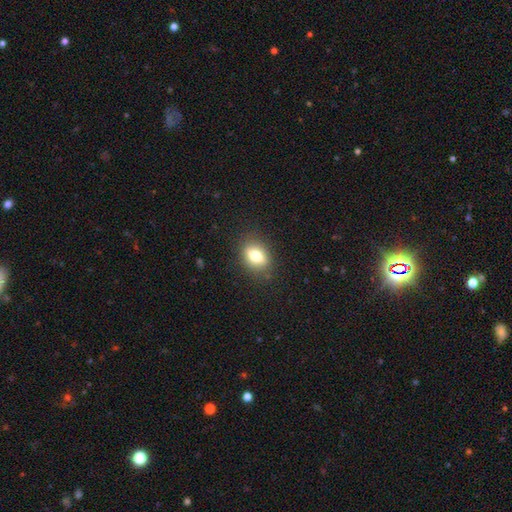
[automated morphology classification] The model was most divided on "how rounded": in between: 71%, round: 25%, cigar-shaped: 4%. More confident: merging — none (85%); smooth or featured — smooth (72%).